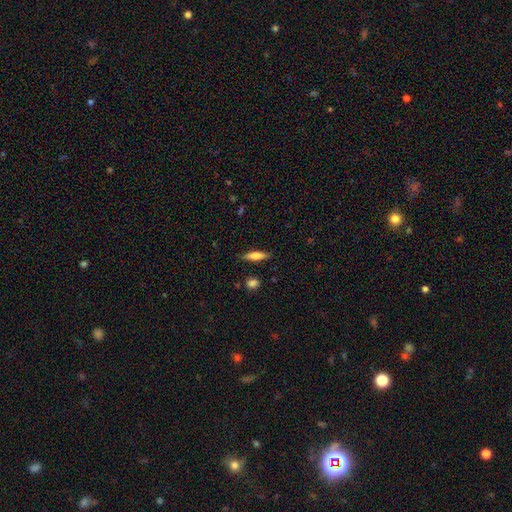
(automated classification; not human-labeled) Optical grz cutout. It shows a smooth galaxy with no disk features (61%) that is cigar-shaped (67%). Merging: none (84%).